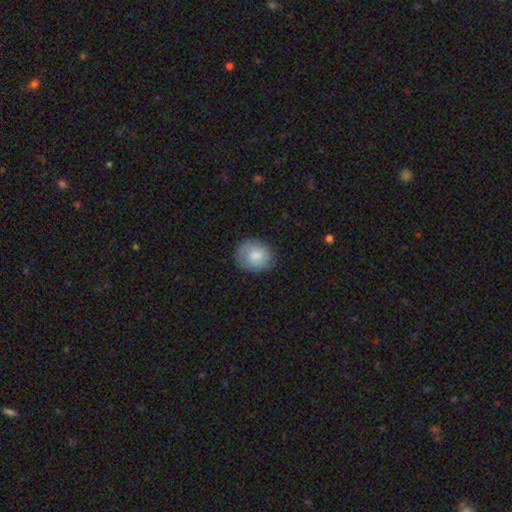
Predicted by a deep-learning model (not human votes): smooth-or-featured: smooth: 73% | featured or disk: 21% | star or artifact: 7%
  how-rounded: round: 66% | in between: 33% | cigar-shaped: 1%
  merging: none: 77% | minor disturbance: 17% | major disturbance: 5% | merger: 1%